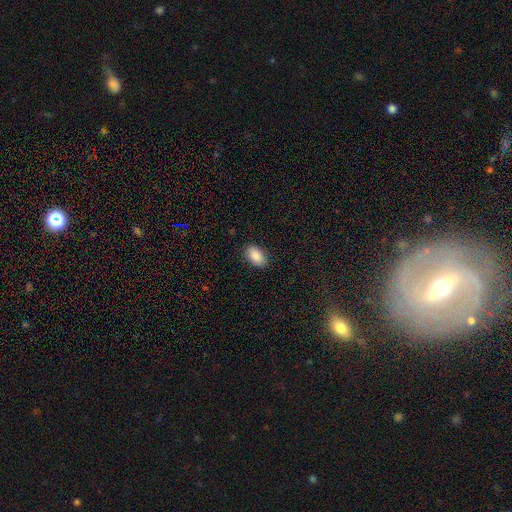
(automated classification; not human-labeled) smooth_or_featured: smooth (p=0.88) [alt: star or artifact p=0.07]
how_rounded: in between (p=0.93) [alt: round p=0.05]
merging: none (p=0.88) [alt: minor disturbance p=0.09]